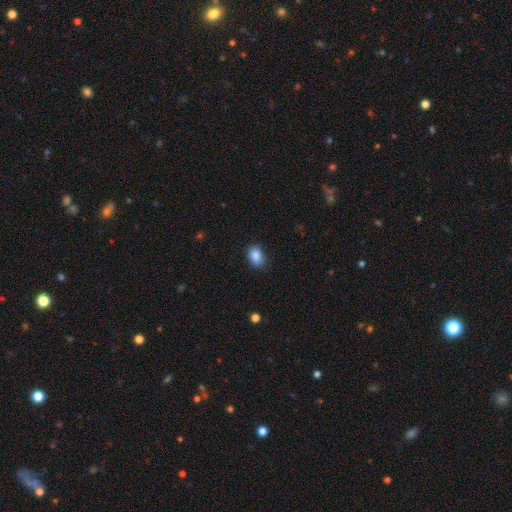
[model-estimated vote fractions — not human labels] Q: Smooth or featured?
A: smooth (87%); runner-up: star or artifact (8%)
Q: How rounded?
A: in between (80%); runner-up: round (19%)
Q: Merging?
A: none (78%); runner-up: minor disturbance (18%)